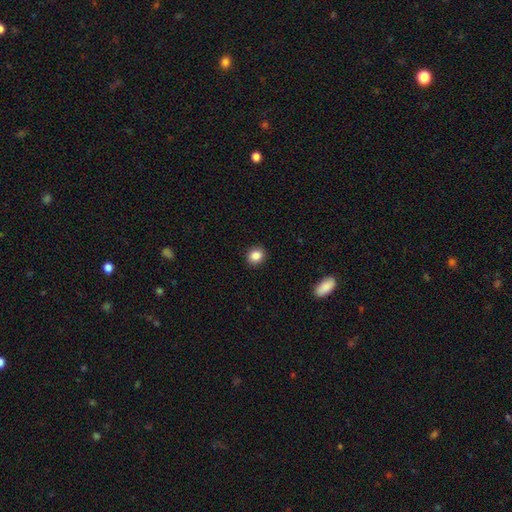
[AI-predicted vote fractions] Overall: smooth (87%). How rounded: round (72%). Merging: none (90%).